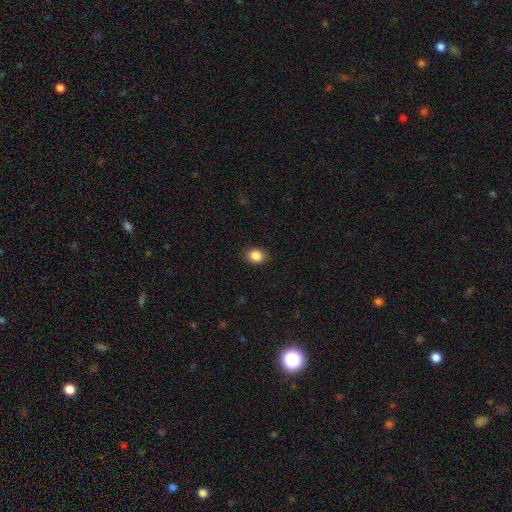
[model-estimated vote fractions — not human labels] This is clearly a smooth galaxy (87%). How rounded: possibly round (51%). Merging: clearly none (88%).